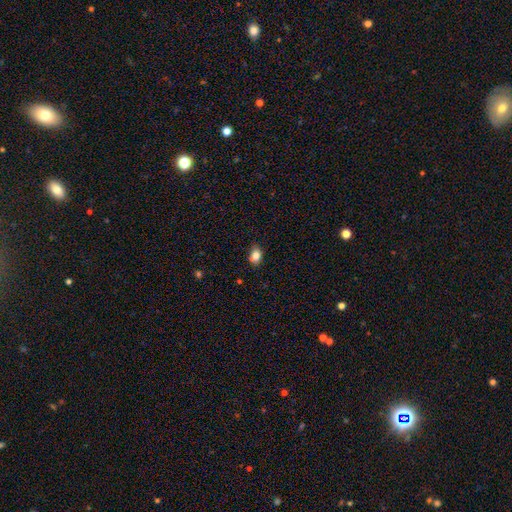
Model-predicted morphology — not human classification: This appears to be a smooth galaxy with no disk features (84%) that is in between round and cigar-shaped (73%). Merging: none (68%).